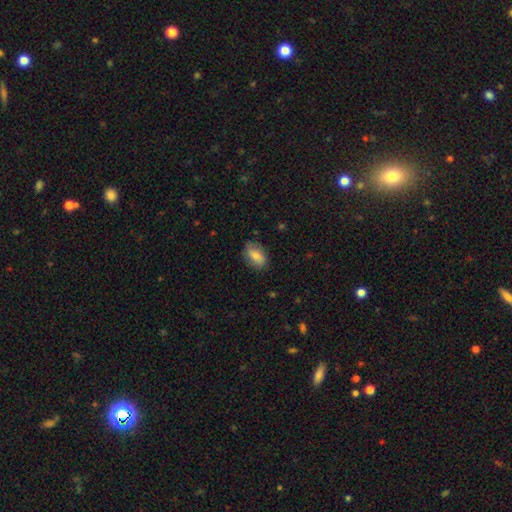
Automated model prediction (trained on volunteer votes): Smooth or featured: smooth — 74% (featured or disk — 18%)
How rounded: in between — 89% (round — 9%)
Merging: none — 78% (minor disturbance — 17%)